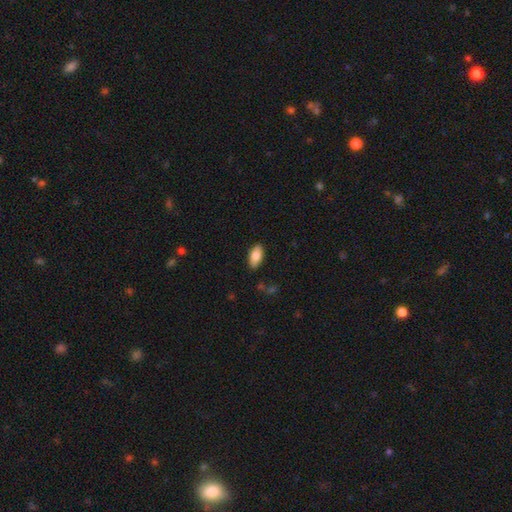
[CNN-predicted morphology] smooth 82%, featured or disk 12%, star or artifact 7%. Down the decision tree: how rounded — in between (90%); merging — none (86%).